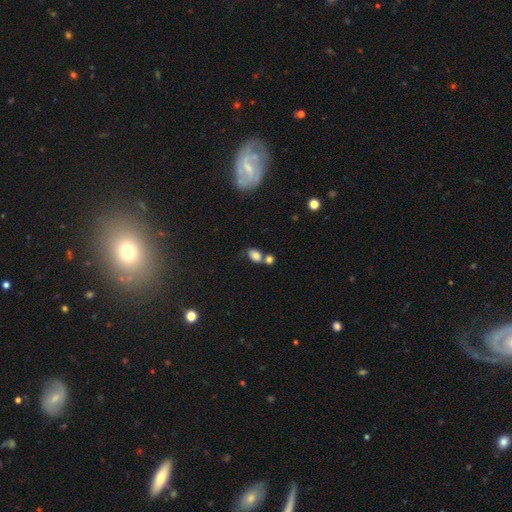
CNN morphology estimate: Smooth or featured?
  - smooth: 80% *
  - star or artifact: 11%
  - featured or disk: 9%
How rounded?
  - in between: 75% *
  - round: 23%
  - cigar-shaped: 2%
Merging?
  - none: 42% *
  - merger: 37%
  - minor disturbance: 14%
  - major disturbance: 6%